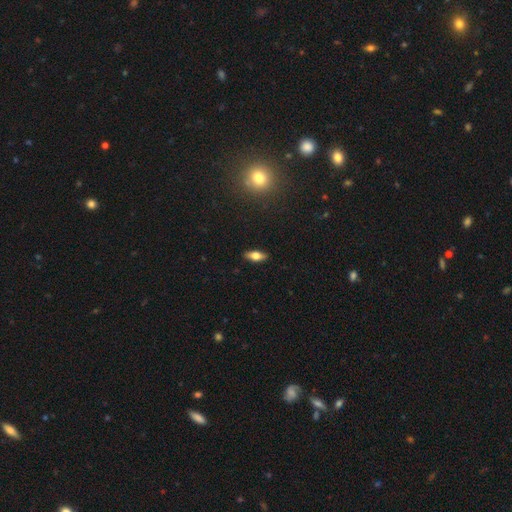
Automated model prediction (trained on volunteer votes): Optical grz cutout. It shows a smooth galaxy with no disk features (63%) that is in between round and cigar-shaped (77%). Merging: none (89%).